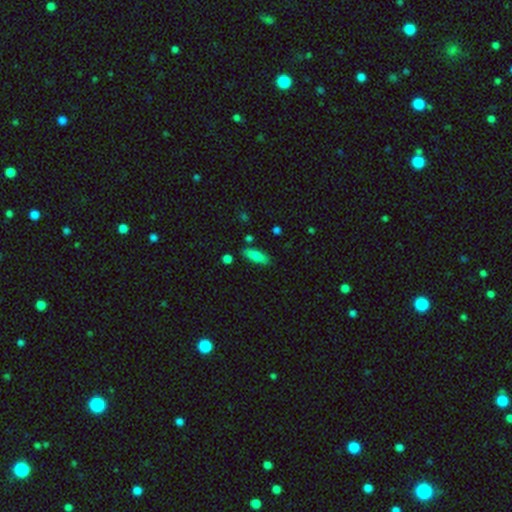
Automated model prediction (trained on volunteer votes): smooth 77%, featured or disk 16%, star or artifact 7%. Down the decision tree: how rounded — in between (57%); merging — none (83%).